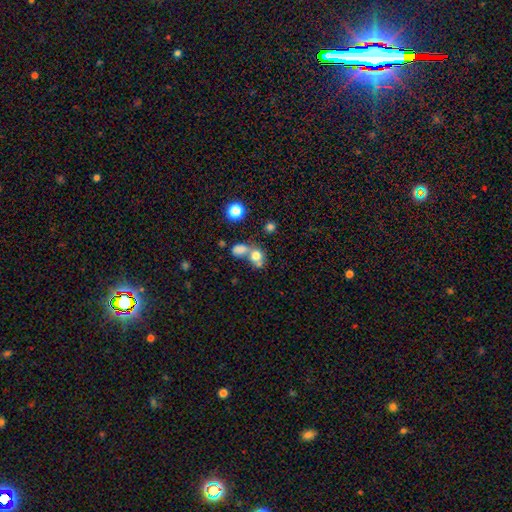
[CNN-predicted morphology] The model was most divided on "merging": merger: 48%, none: 36%, minor disturbance: 10%, major disturbance: 7%. More confident: smooth or featured — smooth (74%); how rounded — round (63%).